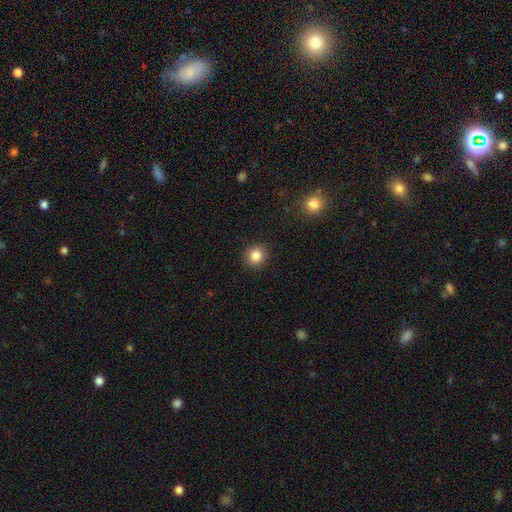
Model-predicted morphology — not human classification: This is clearly a smooth galaxy (85%). How rounded: clearly round (87%). Merging: clearly none (91%).